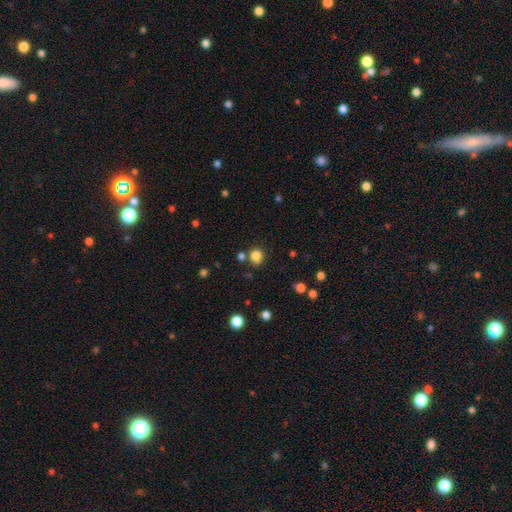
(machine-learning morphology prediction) Smooth or featured?
  - smooth: 82% *
  - star or artifact: 13%
  - featured or disk: 5%
How rounded?
  - round: 82% *
  - in between: 17%
  - cigar-shaped: 1%
Merging?
  - none: 76% *
  - minor disturbance: 11%
  - merger: 10%
  - major disturbance: 3%